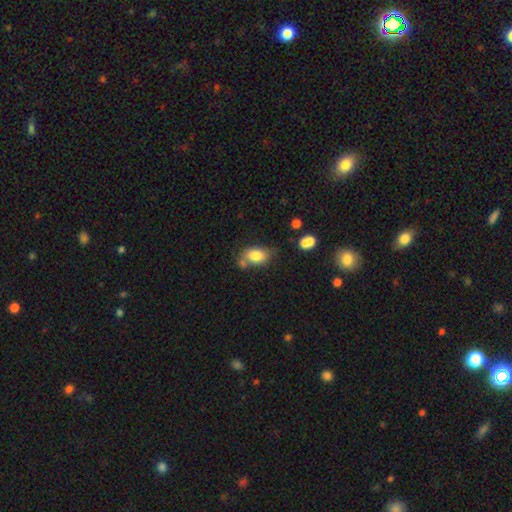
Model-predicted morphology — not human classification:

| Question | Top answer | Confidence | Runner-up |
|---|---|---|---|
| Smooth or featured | smooth | 80% | featured or disk (12%) |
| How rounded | in between | 81% | round (17%) |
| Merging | none | 53% | minor disturbance (22%) |